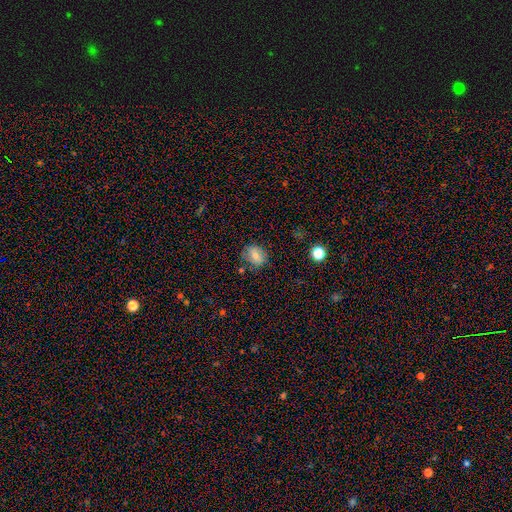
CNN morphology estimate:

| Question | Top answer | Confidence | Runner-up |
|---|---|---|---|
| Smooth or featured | smooth | 69% | featured or disk (17%) |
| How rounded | round | 58% | in between (40%) |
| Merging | none | 77% | minor disturbance (16%) |